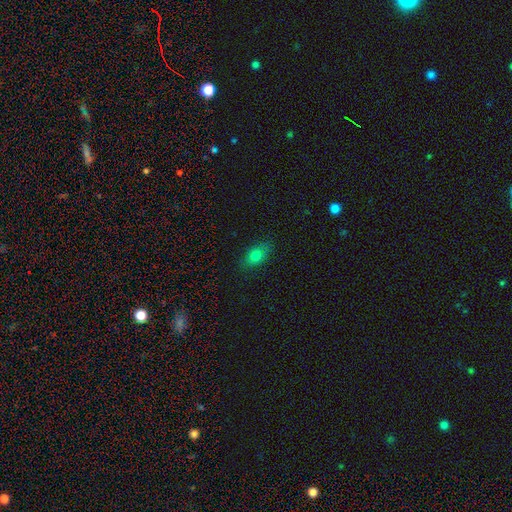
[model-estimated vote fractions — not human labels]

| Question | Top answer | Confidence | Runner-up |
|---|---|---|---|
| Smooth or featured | smooth | 76% | featured or disk (13%) |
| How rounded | in between | 82% | round (13%) |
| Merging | none | 82% | minor disturbance (14%) |